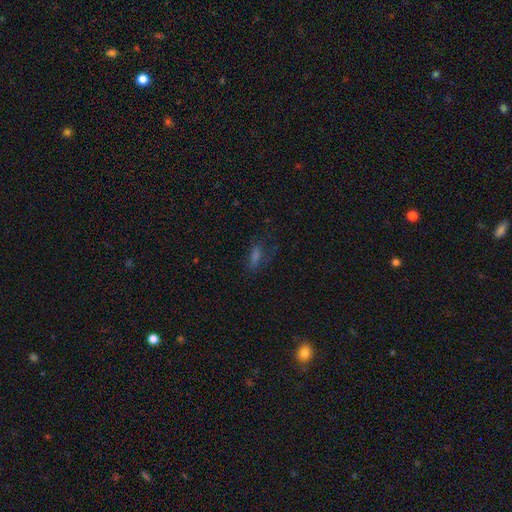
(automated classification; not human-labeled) Smooth or featured: smooth — 51% (star or artifact — 29%)
How rounded: in between — 59% (cigar-shaped — 35%)
Merging: none — 61% (minor disturbance — 20%)